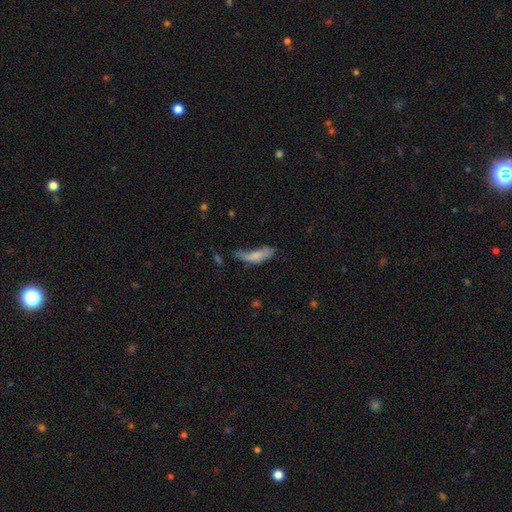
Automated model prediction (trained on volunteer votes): The model was most divided on "merging" (2-way tie): major disturbance: 32%, minor disturbance: 32%, none: 27%, merger: 9%. More confident: smooth or featured — smooth (70%); how rounded — cigar-shaped (51%).